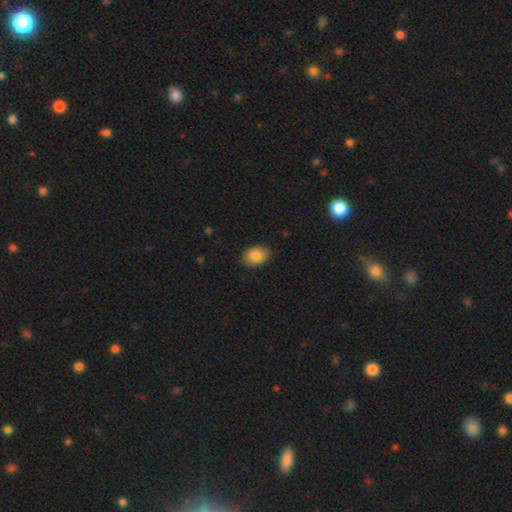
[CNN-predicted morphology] A smooth galaxy with no disk features (86%) that is in between round and cigar-shaped (81%). Merging: none (86%).